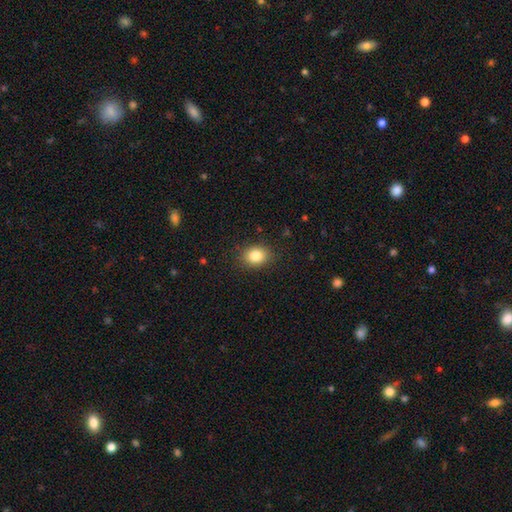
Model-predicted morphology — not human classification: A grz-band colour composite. It shows a smooth galaxy with no disk features (84%) that is in between round and cigar-shaped (52%). Merging: none (87%).